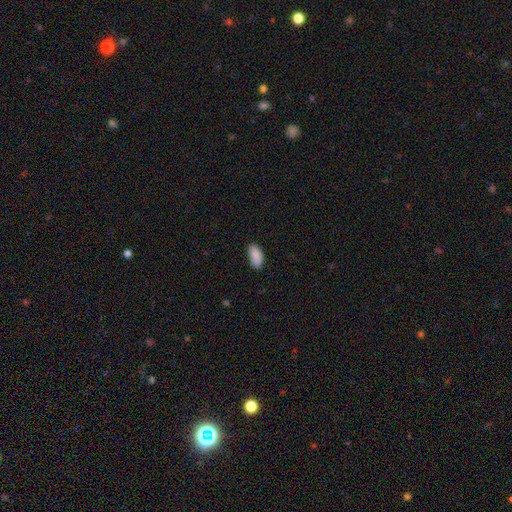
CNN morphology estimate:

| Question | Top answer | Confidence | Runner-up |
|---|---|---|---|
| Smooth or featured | smooth | 89% | star or artifact (7%) |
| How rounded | in between | 94% | cigar-shaped (3%) |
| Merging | none | 78% | minor disturbance (18%) |